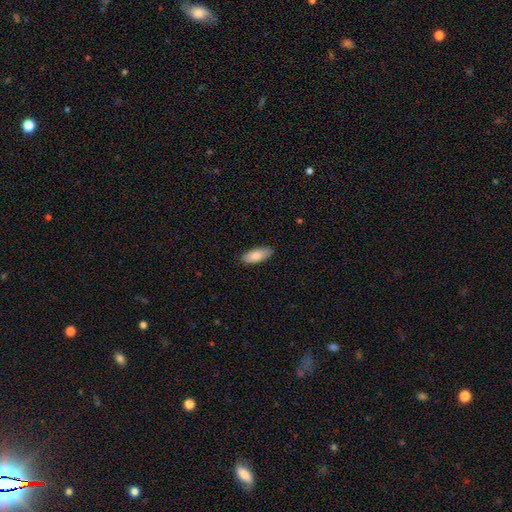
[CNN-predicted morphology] smooth-or-featured: smooth: 83% | featured or disk: 11% | star or artifact: 6%
  how-rounded: in between: 82% | cigar-shaped: 16% | round: 2%
  merging: none: 87% | minor disturbance: 10% | major disturbance: 2% | merger: 1%